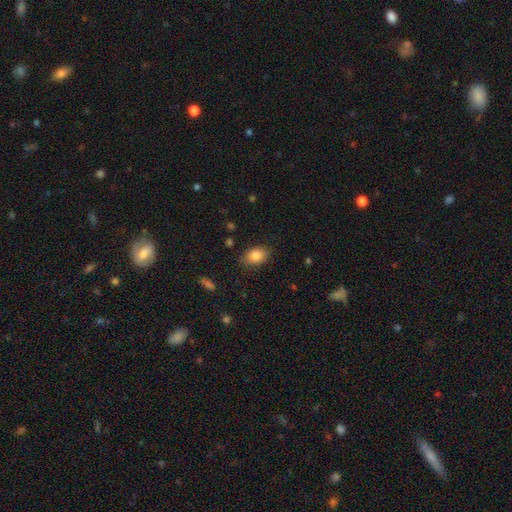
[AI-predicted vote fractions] Smooth or featured: smooth — 86% (star or artifact — 8%)
How rounded: in between — 83% (round — 15%)
Merging: none — 81% (minor disturbance — 14%)